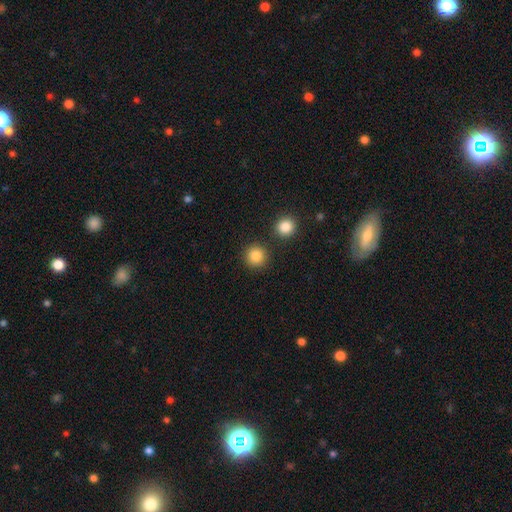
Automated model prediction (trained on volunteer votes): The model was most divided on "smooth or featured": smooth: 86%, star or artifact: 10%, featured or disk: 4%. More confident: how rounded — round (93%); merging — none (87%).